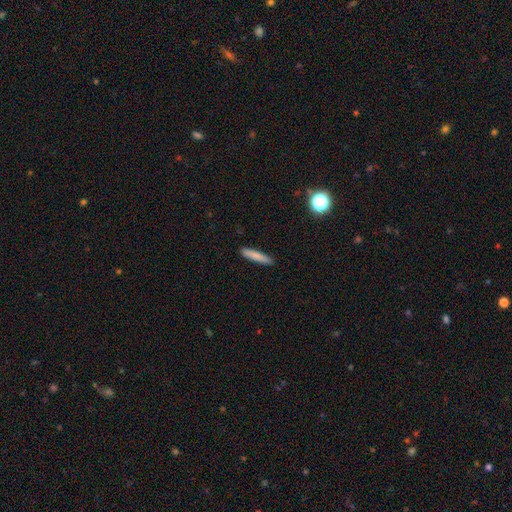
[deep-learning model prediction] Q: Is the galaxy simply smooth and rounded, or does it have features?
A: smooth — 81%.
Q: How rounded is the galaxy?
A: cigar-shaped — 91%.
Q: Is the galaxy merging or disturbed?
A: none — 90%.